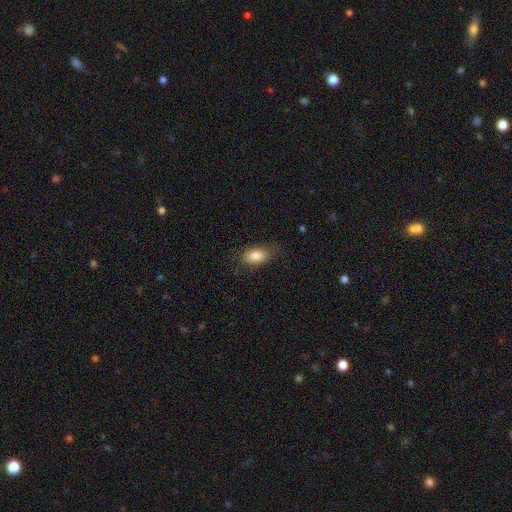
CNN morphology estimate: Q: Smooth or featured?
A: smooth (85%); runner-up: star or artifact (8%)
Q: How rounded?
A: in between (88%); runner-up: round (9%)
Q: Merging?
A: none (76%); runner-up: minor disturbance (17%)